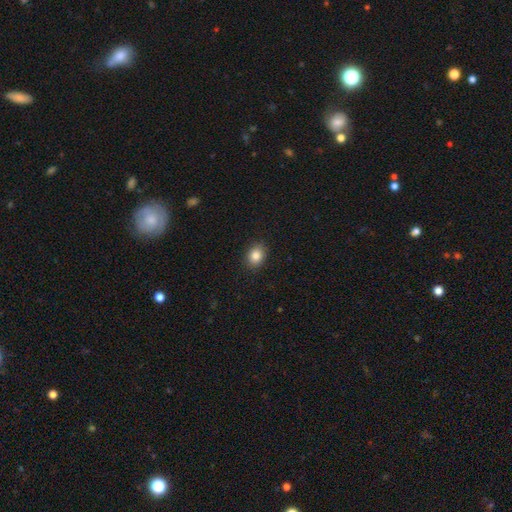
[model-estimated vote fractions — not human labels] Smooth or featured? Predicted: smooth (p=0.84). How rounded? Predicted: in between (p=0.56). Merging? Predicted: none (p=0.90).